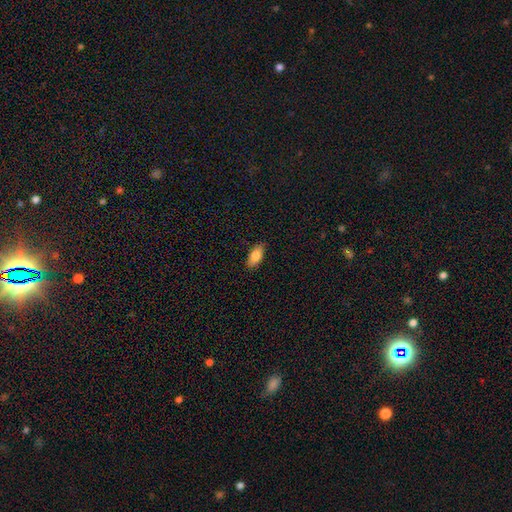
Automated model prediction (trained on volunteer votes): Smooth or featured? smooth (82%)
How rounded? in between (87%)
Merging? none (87%)